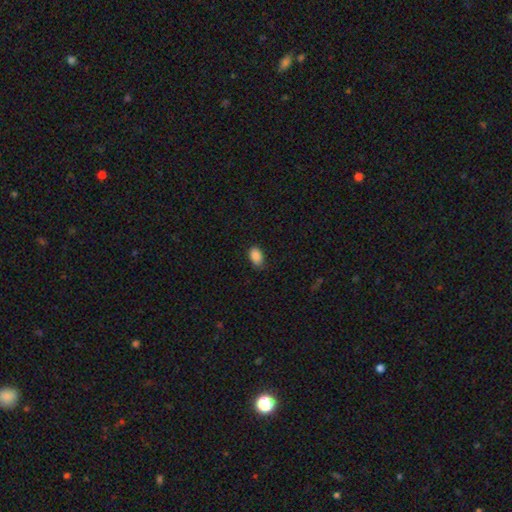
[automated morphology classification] smooth 87%, star or artifact 8%, featured or disk 5%. Down the decision tree: how rounded — in between (89%); merging — none (80%).